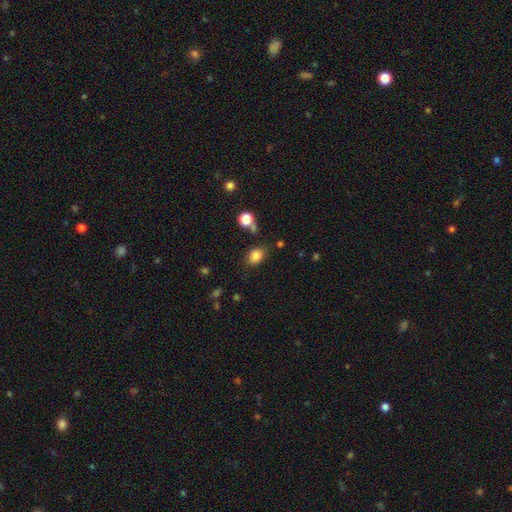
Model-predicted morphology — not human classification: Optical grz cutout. It shows a smooth galaxy with no disk features (83%) that is in between round and cigar-shaped (70%). Merging: none (74%).